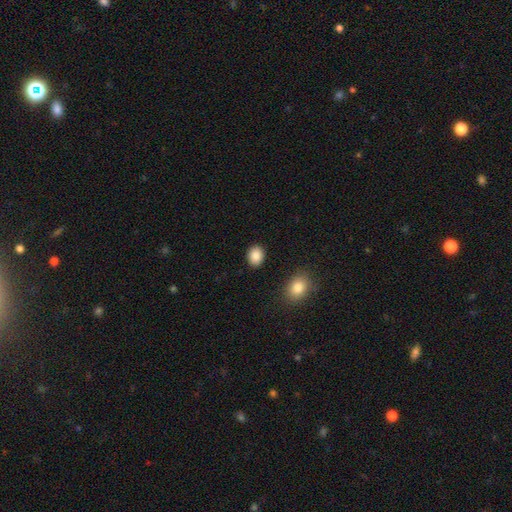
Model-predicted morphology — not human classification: A smooth galaxy with no disk features (87%) that is in between round and cigar-shaped (57%). Merging: none (89%).